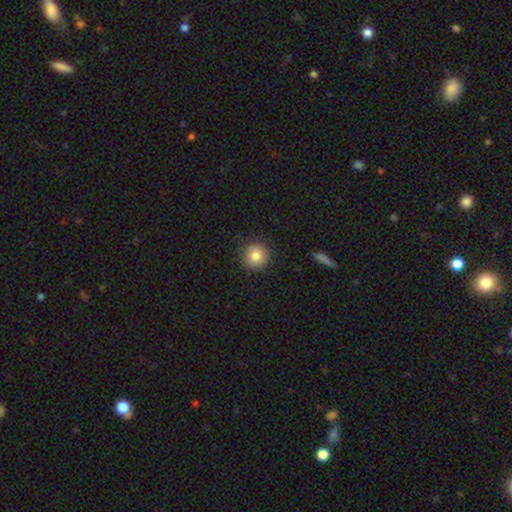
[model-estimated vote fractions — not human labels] The model was most divided on "smooth or featured": smooth: 83%, star or artifact: 9%, featured or disk: 8%. More confident: how rounded — round (94%); merging — none (89%).